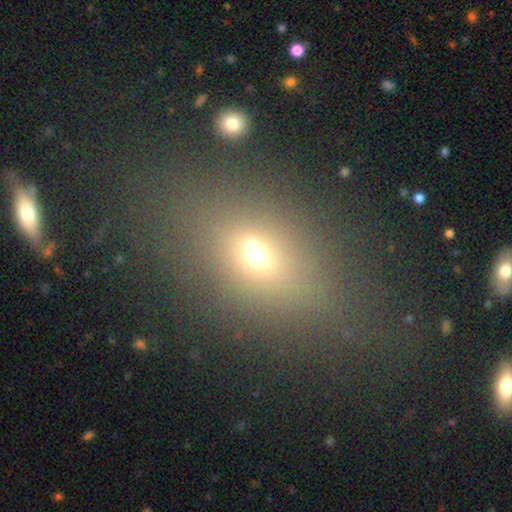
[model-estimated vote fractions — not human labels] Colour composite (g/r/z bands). It shows a smooth galaxy with no disk features (57%) that is in between round and cigar-shaped (69%). Merging: none (60%).